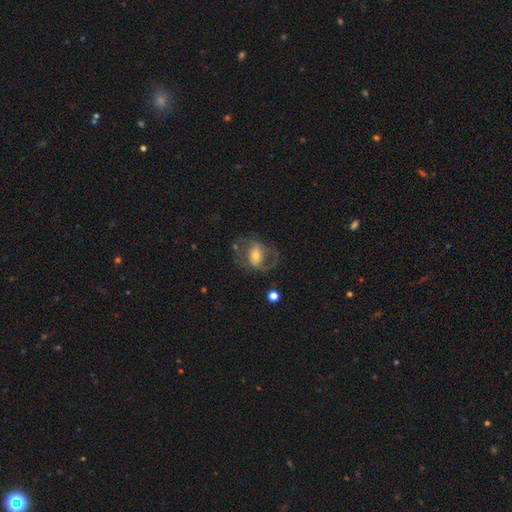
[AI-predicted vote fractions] smooth-or-featured: featured or disk: 65% | smooth: 27% | star or artifact: 8%
  disk-edge-on: no: 95% | yes: 5%
    bar: weak: 36% | strong: 33% | no: 31%
    has-spiral-arms: yes: 71% | no: 29%
    bulge-size: moderate: 54% | small: 36% | large: 7% | none: 2% | dominant: 1%
  merging: none: 57% | major disturbance: 23% | minor disturbance: 18% | merger: 3%